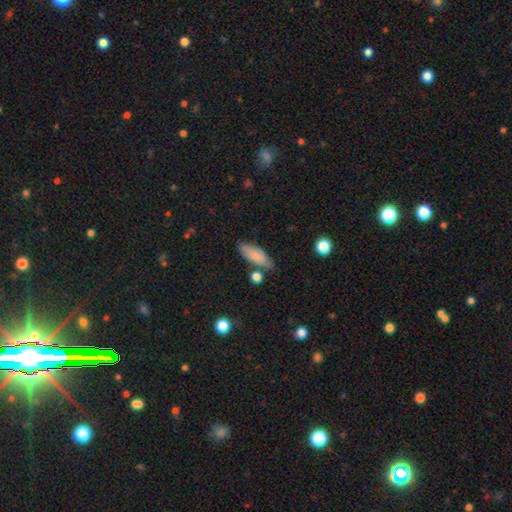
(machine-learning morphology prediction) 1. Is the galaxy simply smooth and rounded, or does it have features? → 80% smooth, 14% featured or disk, 6% star or artifact.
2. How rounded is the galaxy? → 69% in between, 28% cigar-shaped, 2% round.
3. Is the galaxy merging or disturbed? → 73% none, 17% minor disturbance, 7% merger, 4% major disturbance.